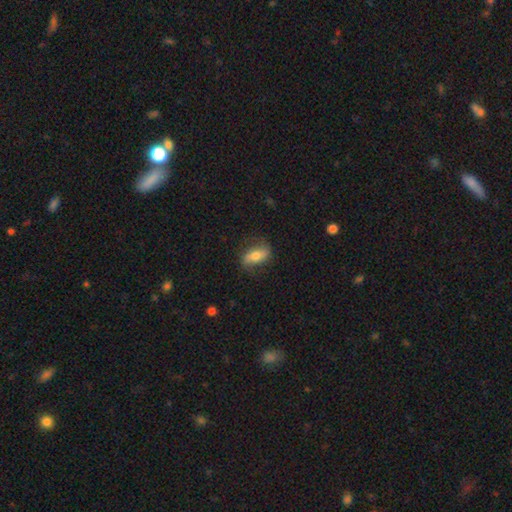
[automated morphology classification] A featured or disk galaxy (48%). Merging: none (73%).